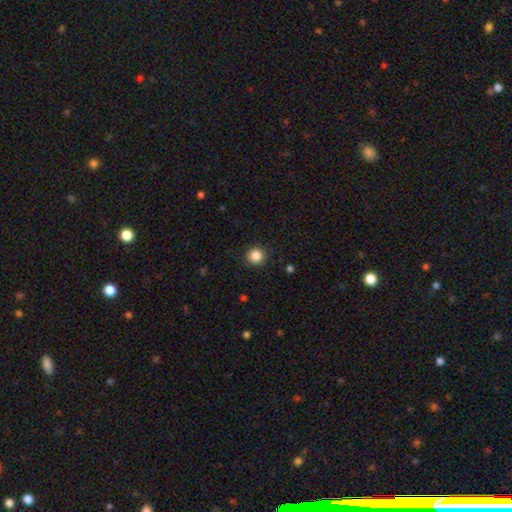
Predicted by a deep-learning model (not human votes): smooth-or-featured: smooth: 86% | star or artifact: 11% | featured or disk: 3%
  how-rounded: round: 94% | in between: 5% | cigar-shaped: 1%
  merging: none: 91% | minor disturbance: 6% | major disturbance: 2% | merger: 1%